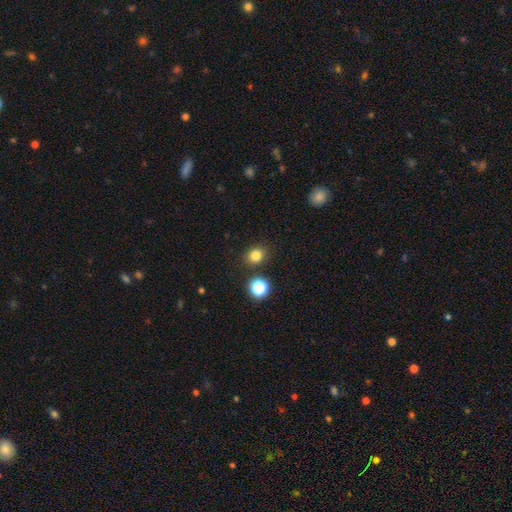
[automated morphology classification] This appears to be a smooth galaxy with no disk features (80%) that is round (71%). Merging: none (84%).